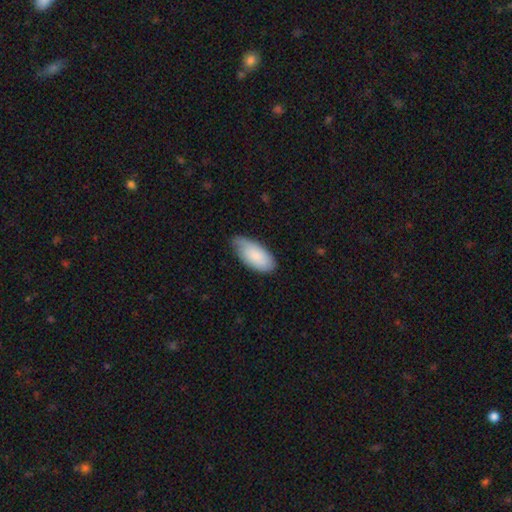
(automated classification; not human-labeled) Smooth or featured? smooth (81%)
How rounded? in between (93%)
Merging? none (62%)